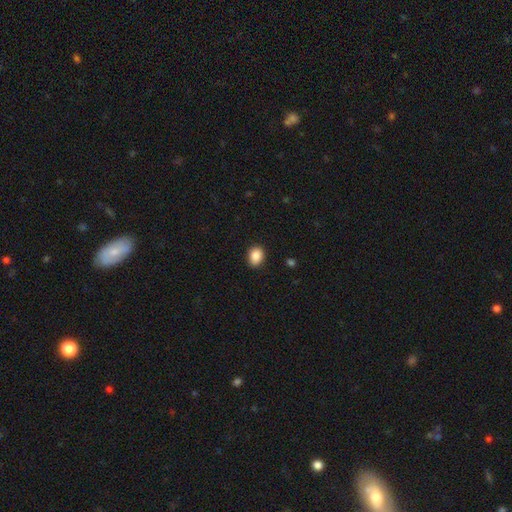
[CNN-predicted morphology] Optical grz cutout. It shows a smooth galaxy with no disk features (88%) that is in between round and cigar-shaped (59%). Merging: none (88%).